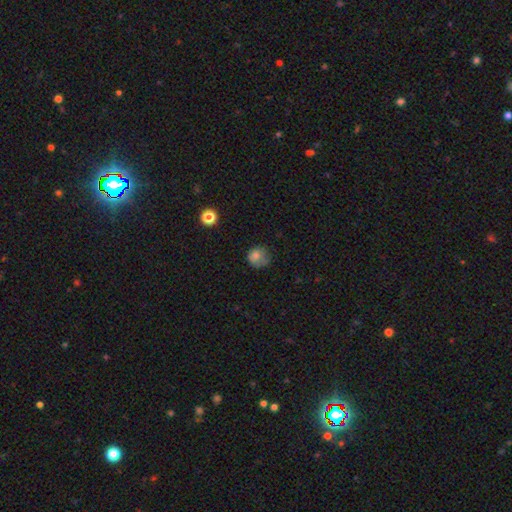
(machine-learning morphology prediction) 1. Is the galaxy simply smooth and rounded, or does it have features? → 75% smooth, 14% featured or disk, 11% star or artifact.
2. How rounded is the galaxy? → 80% round, 19% in between, 1% cigar-shaped.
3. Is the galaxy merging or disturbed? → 51% none, 31% minor disturbance, 16% major disturbance, 2% merger.